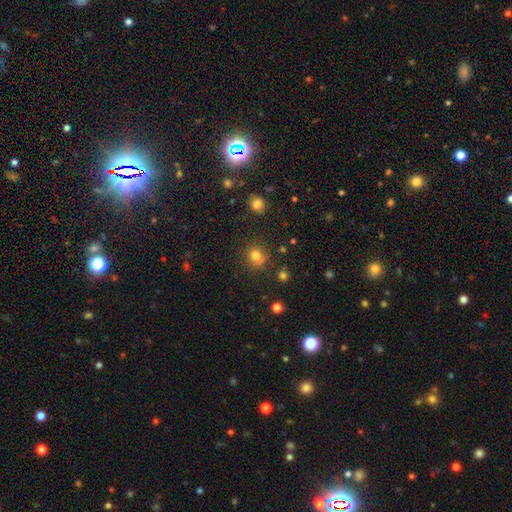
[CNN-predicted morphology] smooth_or_featured: smooth (p=0.78) [alt: star or artifact p=0.15]
how_rounded: round (p=0.87) [alt: in between p=0.12]
merging: none (p=0.82) [alt: minor disturbance p=0.11]